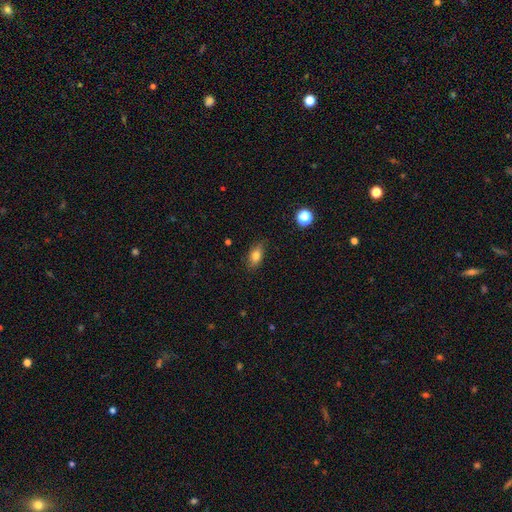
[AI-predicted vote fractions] Morphology: type=smooth (78%); roundness=in between (82%); merging=none (77%).